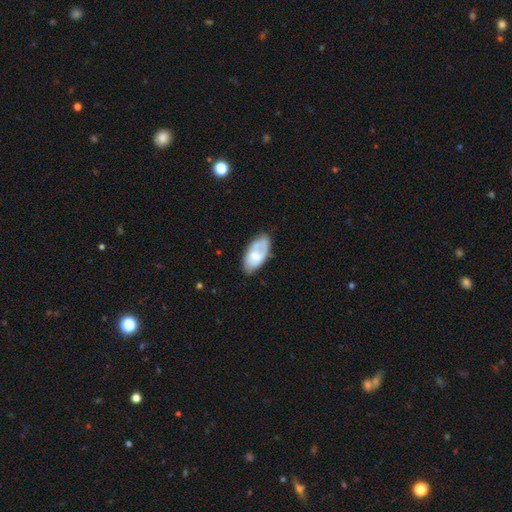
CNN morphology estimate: smooth 55%, featured or disk 39%, star or artifact 6%. Down the decision tree: how rounded — in between (92%); merging — none (58%).